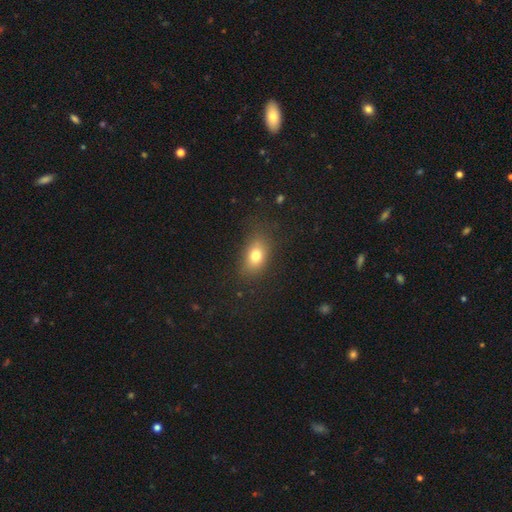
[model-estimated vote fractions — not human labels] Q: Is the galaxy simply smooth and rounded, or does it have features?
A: smooth — 76%.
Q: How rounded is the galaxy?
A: in between — 76%.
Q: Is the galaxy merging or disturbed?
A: none — 79%.